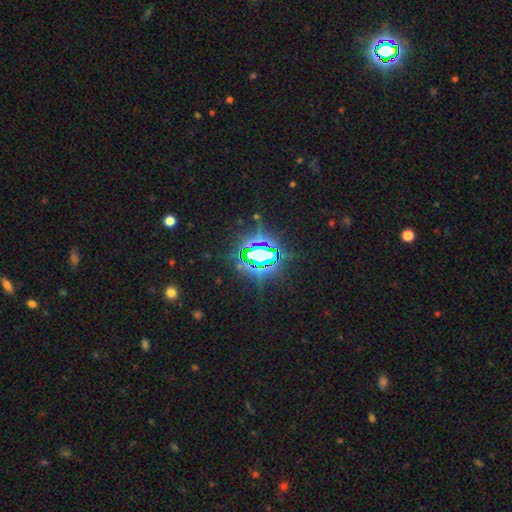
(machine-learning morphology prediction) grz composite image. It shows a star or artifact, not a galaxy (79%).